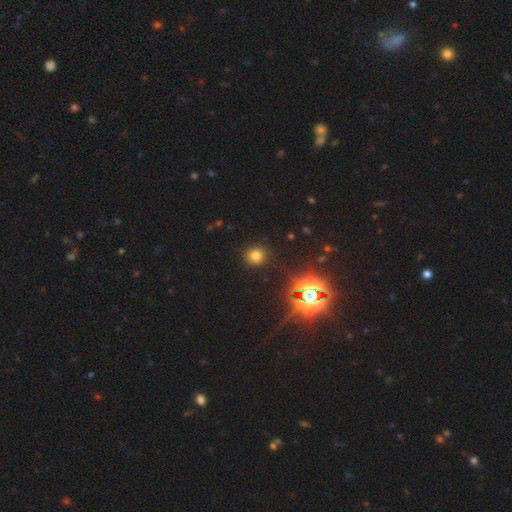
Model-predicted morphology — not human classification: This is likely a smooth galaxy (72%). How rounded: clearly round (89%). Merging: clearly none (89%).